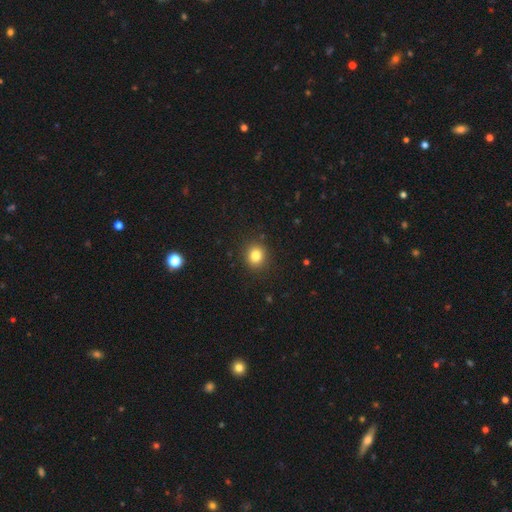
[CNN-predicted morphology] This appears to be a smooth galaxy with no disk features (82%) that is round (84%). Merging: none (90%).